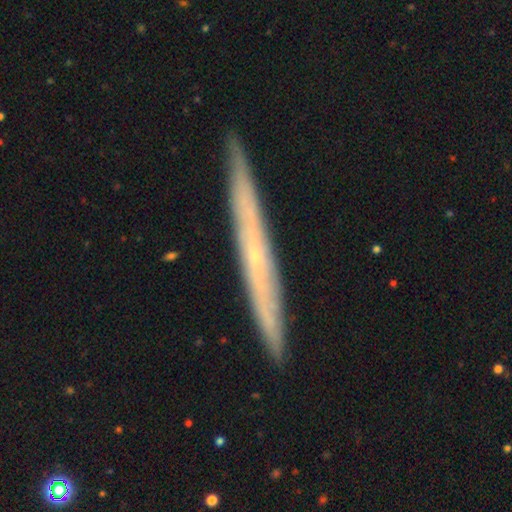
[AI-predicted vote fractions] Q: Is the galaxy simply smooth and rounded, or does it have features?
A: featured or disk — 66%.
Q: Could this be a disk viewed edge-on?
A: yes — 92%.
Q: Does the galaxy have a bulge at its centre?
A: none — 69%.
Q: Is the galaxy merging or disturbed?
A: none — 89%.